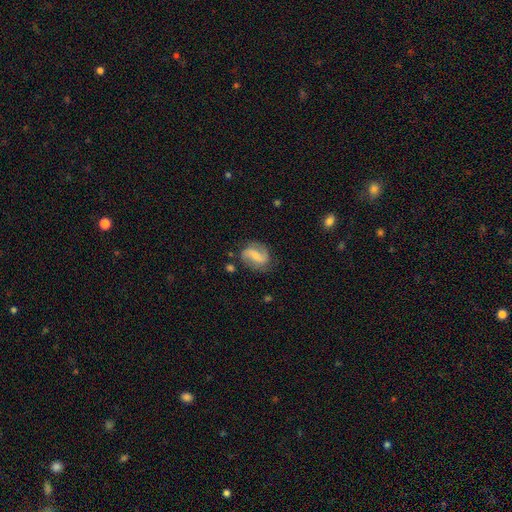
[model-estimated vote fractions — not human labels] featured or disk 72%, smooth 21%, star or artifact 7%. Down the decision tree: edge-on disk — no (97%); bar — weak (43%); spiral arms — yes (93%); spiral arm count — 2 (89%); spiral winding — loose (44%); bulge size — small (47%); merging — none (74%).